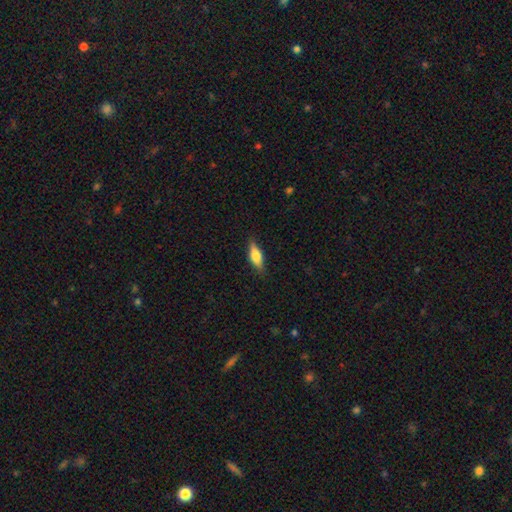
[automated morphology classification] This is likely a smooth galaxy (62%). How rounded: likely in between (60%). Merging: clearly none (86%).